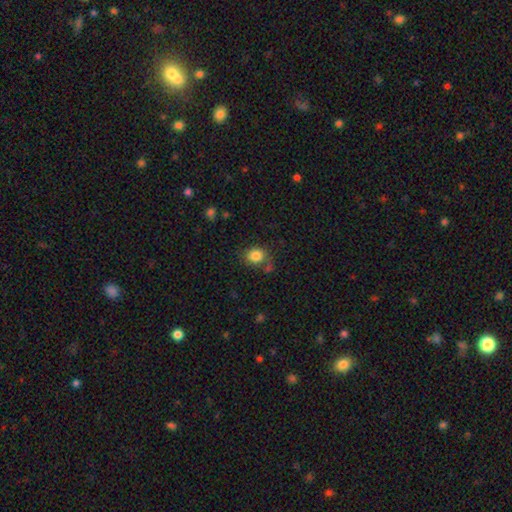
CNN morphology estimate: Smooth or featured?
  - smooth: 84% *
  - star or artifact: 10%
  - featured or disk: 7%
How rounded?
  - round: 71% *
  - in between: 28%
  - cigar-shaped: 1%
Merging?
  - none: 67% *
  - minor disturbance: 17%
  - merger: 9%
  - major disturbance: 7%